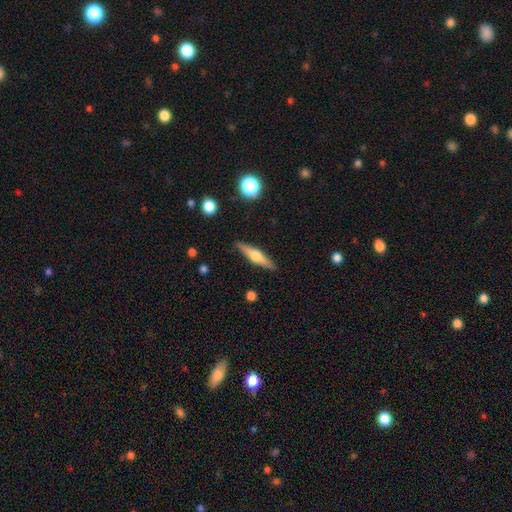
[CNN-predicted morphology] Q: Smooth or featured?
A: featured or disk (61%); runner-up: smooth (33%)
Q: Edge-on disk?
A: yes (96%); runner-up: no (4%)
Q: Edge-on bulge?
A: rounded (93%); runner-up: boxy (4%)
Q: Merging?
A: none (90%); runner-up: minor disturbance (7%)